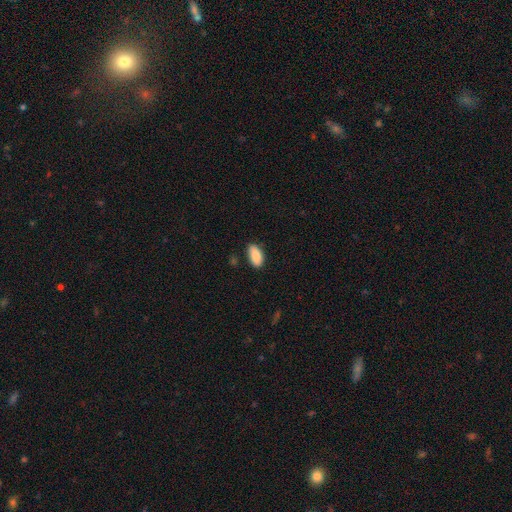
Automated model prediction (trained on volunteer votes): A smooth galaxy with no disk features (89%) that is in between round and cigar-shaped (92%).

Vote fractions:
- Smooth or featured? smooth: 89% / star or artifact: 7% / featured or disk: 4%
- How rounded? in between: 92% / cigar-shaped: 6% / round: 2%
- Merging? none: 78% / minor disturbance: 17% / major disturbance: 3% / merger: 2%